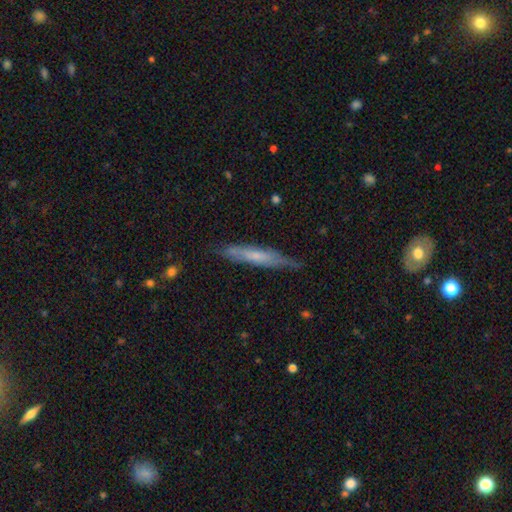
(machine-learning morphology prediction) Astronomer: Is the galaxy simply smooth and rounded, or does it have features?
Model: smooth — 51% (runner-up: featured or disk, 43%).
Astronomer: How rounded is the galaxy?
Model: cigar-shaped — 92%.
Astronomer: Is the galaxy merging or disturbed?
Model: none — 75%.